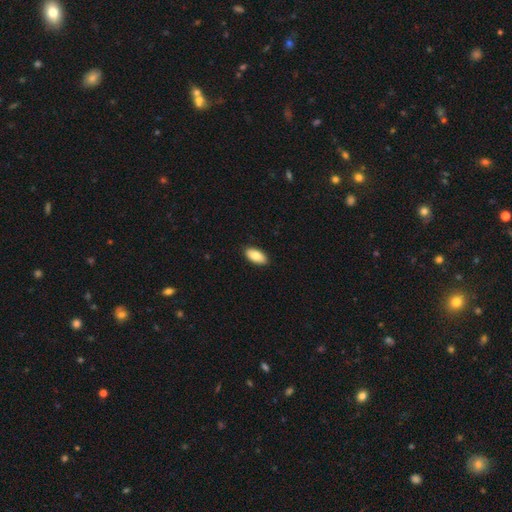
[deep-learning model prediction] smooth-or-featured: smooth: 85% | featured or disk: 9% | star or artifact: 6%
  how-rounded: in between: 93% | cigar-shaped: 5% | round: 2%
  merging: none: 89% | minor disturbance: 8% | major disturbance: 2% | merger: 1%